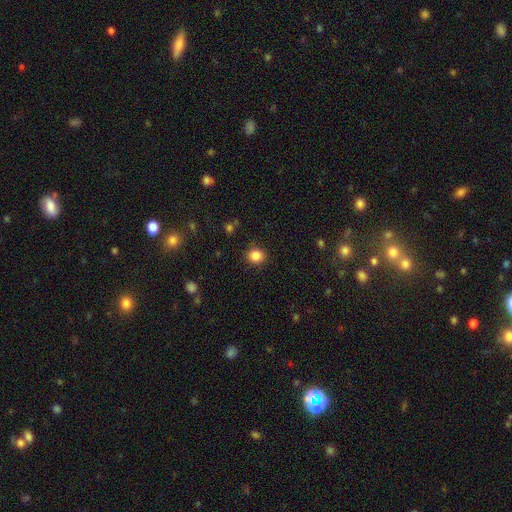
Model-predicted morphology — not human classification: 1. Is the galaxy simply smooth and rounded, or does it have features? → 86% smooth, 11% star or artifact, 3% featured or disk.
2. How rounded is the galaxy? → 82% round, 17% in between, 1% cigar-shaped.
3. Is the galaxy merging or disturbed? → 89% none, 7% minor disturbance, 2% major disturbance, 1% merger.